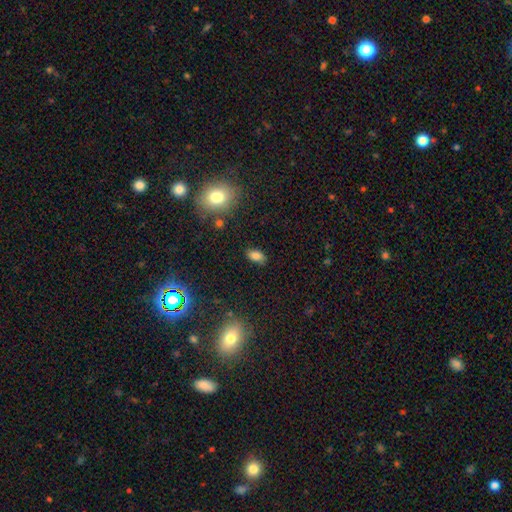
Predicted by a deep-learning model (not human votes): A smooth galaxy with no disk features (80%) that is in between round and cigar-shaped (90%).

Vote fractions:
- Smooth or featured? smooth: 80% / star or artifact: 12% / featured or disk: 8%
- How rounded? in between: 90% / round: 8% / cigar-shaped: 2%
- Merging? none: 83% / minor disturbance: 12% / major disturbance: 3% / merger: 2%